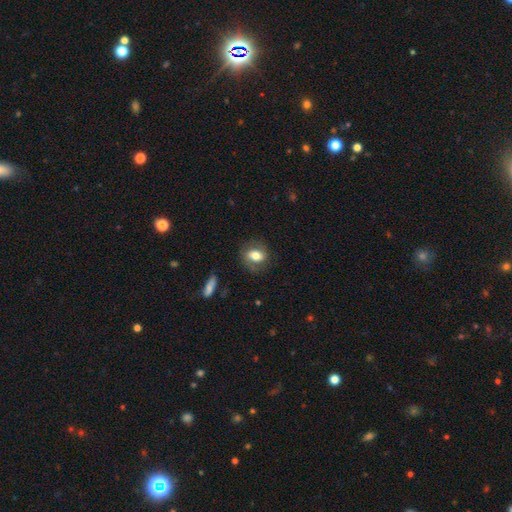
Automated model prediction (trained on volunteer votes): Morphology: type=smooth (65%); roundness=in between (60%); merging=none (73%).